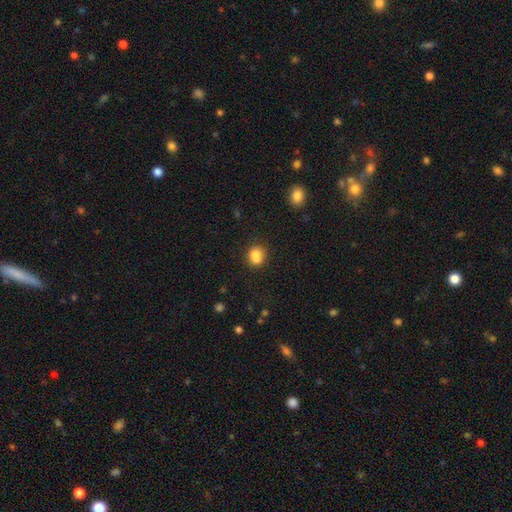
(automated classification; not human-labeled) Smooth or featured? Predicted: smooth (p=0.81). How rounded? Predicted: round (p=0.69). Merging? Predicted: none (p=0.57).